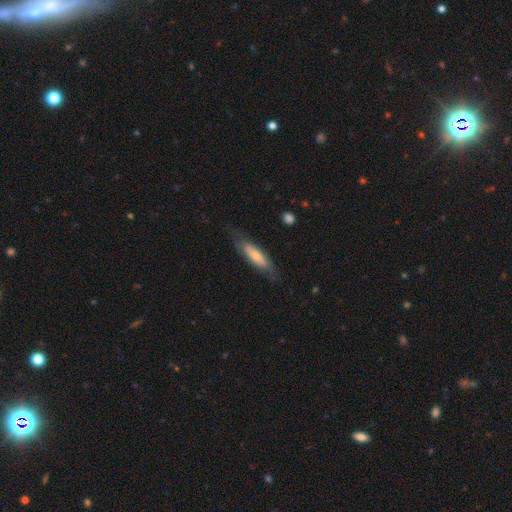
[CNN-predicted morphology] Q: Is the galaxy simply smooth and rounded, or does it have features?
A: smooth — 61%.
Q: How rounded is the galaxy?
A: cigar-shaped — 62%.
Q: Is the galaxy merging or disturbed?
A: none — 72%.